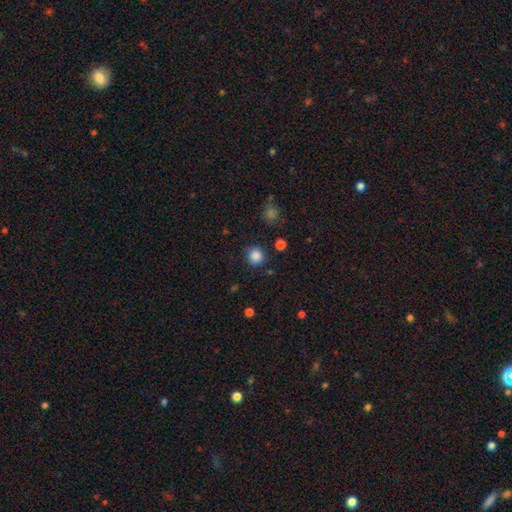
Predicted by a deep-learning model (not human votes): smooth_or_featured: smooth (p=0.85) [alt: star or artifact p=0.11]
how_rounded: round (p=0.91) [alt: in between p=0.08]
merging: none (p=0.85) [alt: minor disturbance p=0.09]